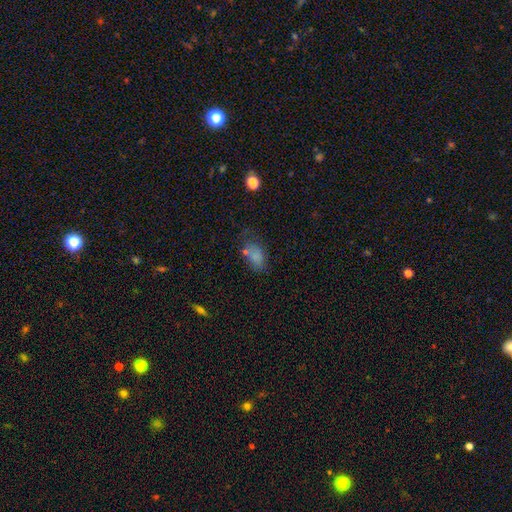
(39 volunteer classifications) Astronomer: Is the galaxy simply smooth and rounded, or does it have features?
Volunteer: smooth — 72%.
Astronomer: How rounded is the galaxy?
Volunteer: in between — 93%.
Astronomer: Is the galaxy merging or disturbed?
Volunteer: none — 33% (runner-up: minor disturbance, 31%).